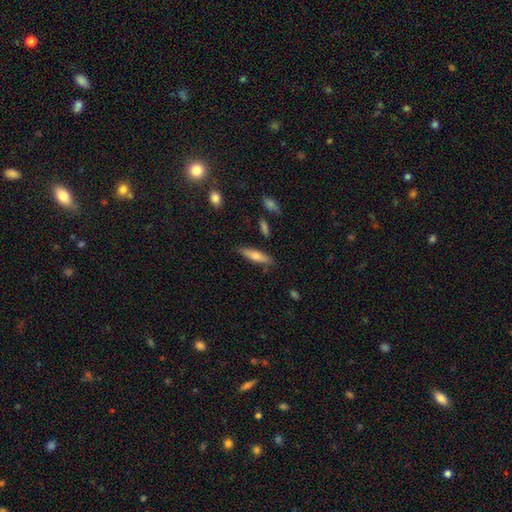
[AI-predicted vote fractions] A smooth galaxy with no disk features (65%) that is cigar-shaped (70%). Merging: none (82%).